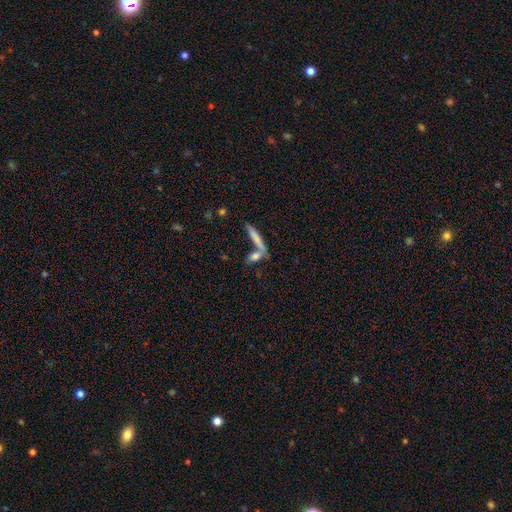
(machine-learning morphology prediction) The model was most divided on "smooth or featured": smooth: 46%, featured or disk: 35%, star or artifact: 18%. More confident: merging — none (53%).